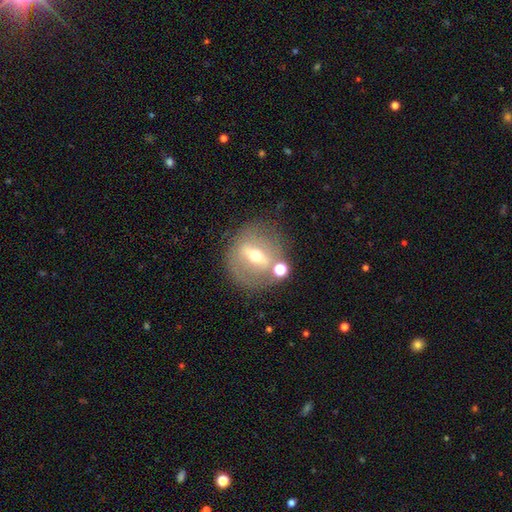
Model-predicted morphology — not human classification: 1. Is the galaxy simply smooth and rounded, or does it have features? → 64% featured or disk, 26% smooth, 10% star or artifact.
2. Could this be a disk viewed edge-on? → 77% no, 23% yes.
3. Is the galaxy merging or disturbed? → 69% none, 14% minor disturbance, 10% merger, 7% major disturbance.